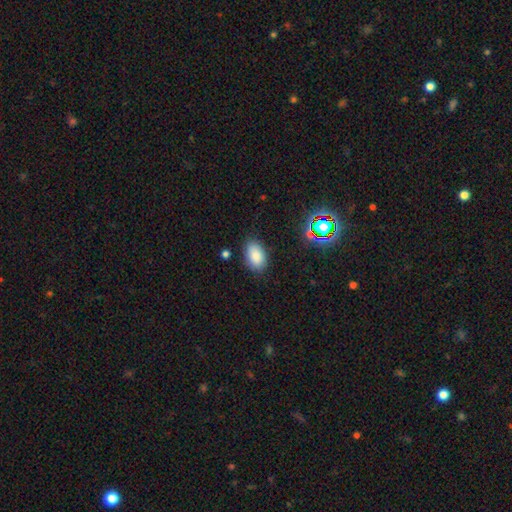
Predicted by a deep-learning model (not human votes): Smooth or featured: smooth — 85% (star or artifact — 9%)
How rounded: in between — 92% (round — 7%)
Merging: none — 82% (minor disturbance — 13%)